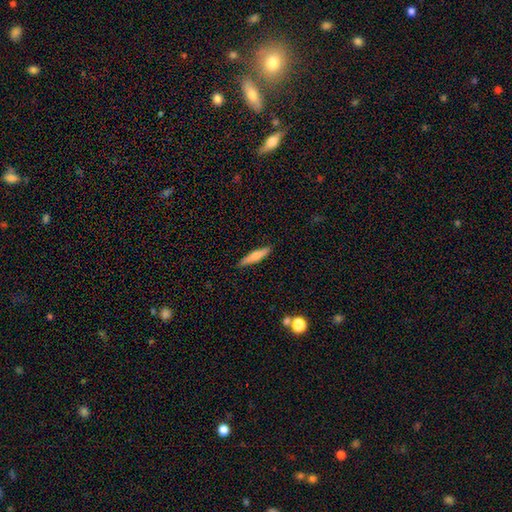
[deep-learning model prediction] Smooth or featured: smooth — 67% (featured or disk — 27%)
How rounded: cigar-shaped — 87% (in between — 12%)
Merging: none — 89% (minor disturbance — 8%)